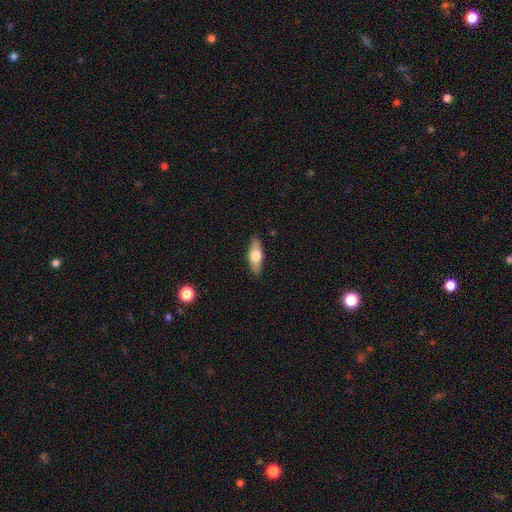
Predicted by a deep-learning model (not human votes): smooth 61%, featured or disk 33%, star or artifact 6%. Down the decision tree: how rounded — in between (69%); merging — none (88%).